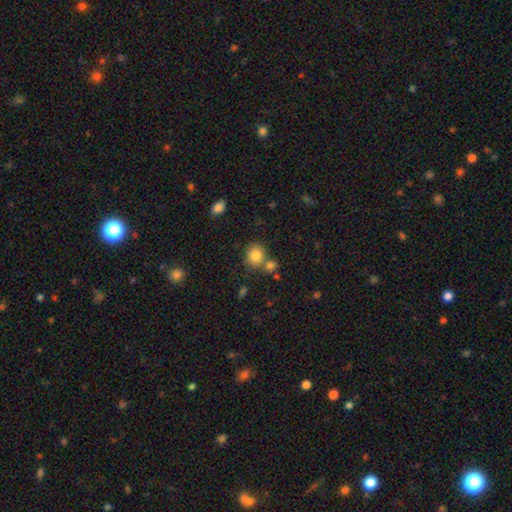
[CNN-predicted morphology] A smooth galaxy with no disk features (83%) that is round (75%).

Vote fractions:
- Smooth or featured? smooth: 83% / star or artifact: 10% / featured or disk: 7%
- How rounded? round: 75% / in between: 24% / cigar-shaped: 1%
- Merging? none: 64% / merger: 21% / minor disturbance: 11% / major disturbance: 4%